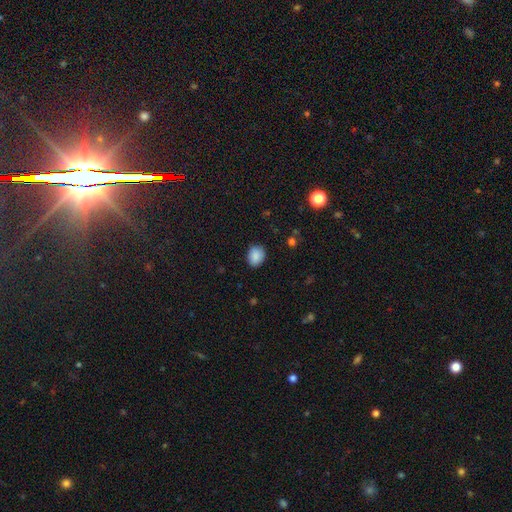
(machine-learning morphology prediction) smooth 88%, star or artifact 8%, featured or disk 4%. Down the decision tree: how rounded — in between (50%); merging — none (85%).